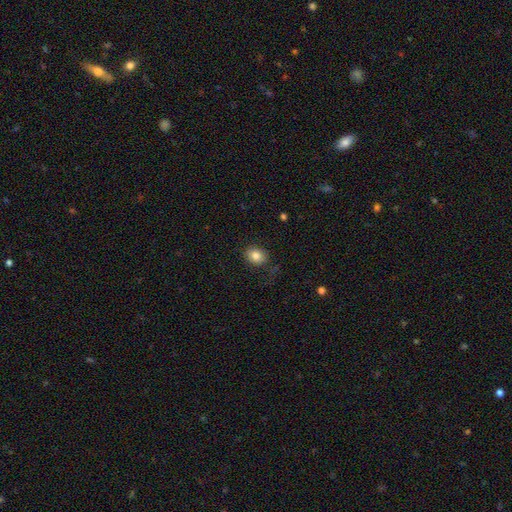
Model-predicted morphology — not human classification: This appears to be a smooth galaxy with no disk features (83%) that is round (53%). Merging: none (82%).